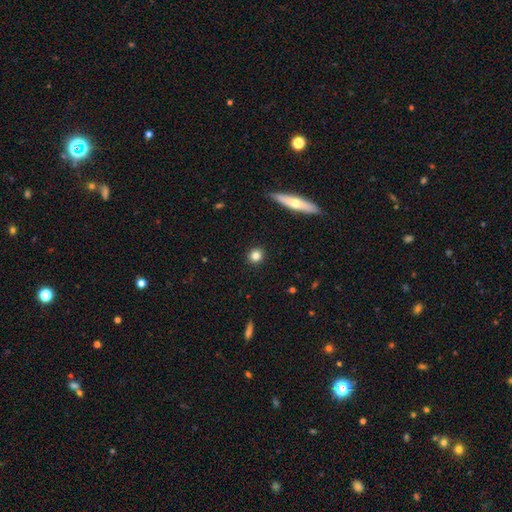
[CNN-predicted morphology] A smooth galaxy with no disk features (82%) that is round (87%).

Vote fractions:
- Smooth or featured? smooth: 82% / star or artifact: 10% / featured or disk: 8%
- How rounded? round: 87% / in between: 11% / cigar-shaped: 2%
- Merging? none: 92% / minor disturbance: 5% / major disturbance: 2% / merger: 1%